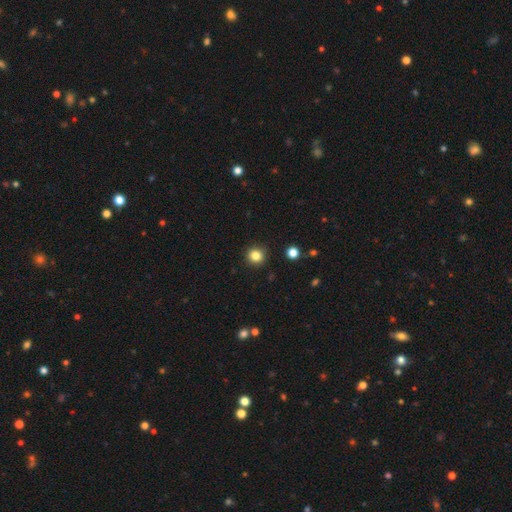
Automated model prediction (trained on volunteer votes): smooth_or_featured: smooth (p=0.83) [alt: star or artifact p=0.12]
how_rounded: round (p=0.91) [alt: in between p=0.08]
merging: none (p=0.90) [alt: minor disturbance p=0.06]